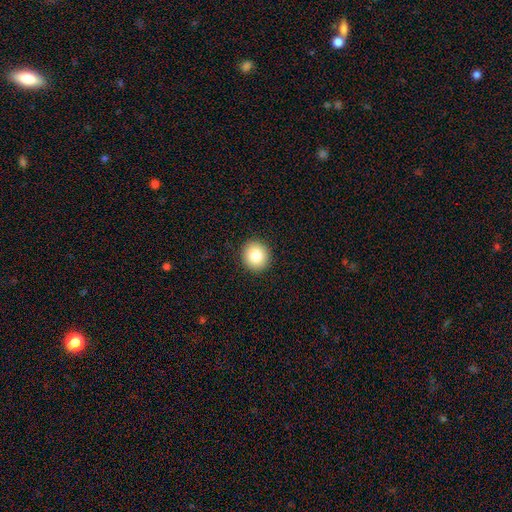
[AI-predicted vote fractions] smooth_or_featured: smooth (p=0.83) [alt: star or artifact p=0.09]
how_rounded: round (p=0.88) [alt: in between p=0.11]
merging: none (p=0.92) [alt: minor disturbance p=0.05]